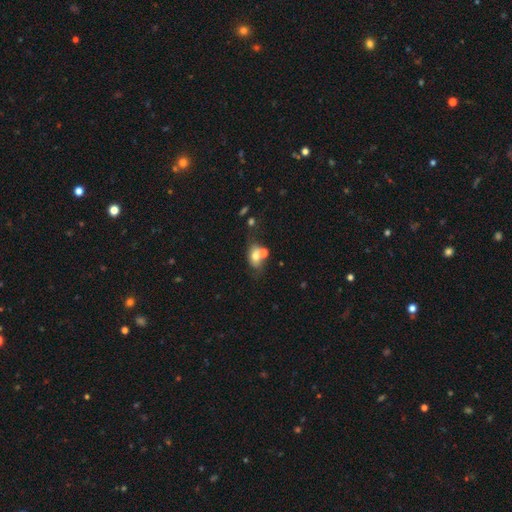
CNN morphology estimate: The model was most divided on "merging": none: 43%, merger: 32%, minor disturbance: 17%, major disturbance: 8%. More confident: how rounded — in between (78%); smooth or featured — smooth (65%).